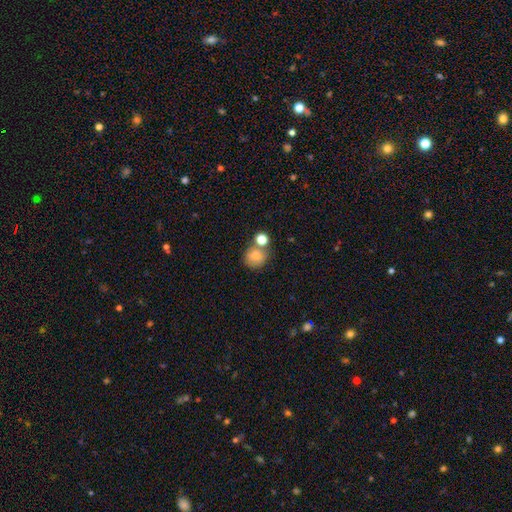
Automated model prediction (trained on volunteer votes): Smooth or featured?
  - smooth: 80% *
  - star or artifact: 11%
  - featured or disk: 8%
How rounded?
  - round: 79% *
  - in between: 20%
  - cigar-shaped: 1%
Merging?
  - none: 57% *
  - merger: 25%
  - minor disturbance: 13%
  - major disturbance: 5%